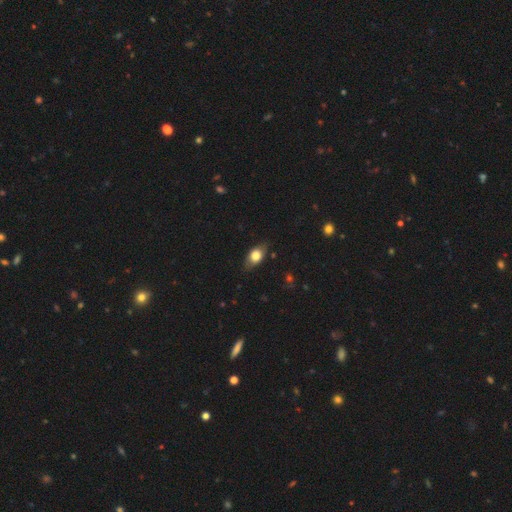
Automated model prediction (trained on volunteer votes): Morphology: type=smooth (73%); roundness=in between (82%); merging=none (79%).